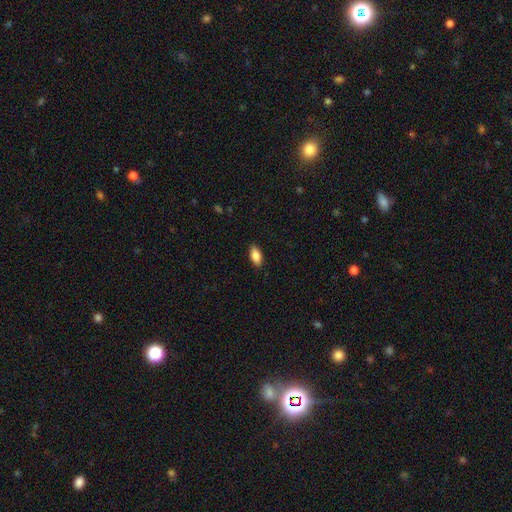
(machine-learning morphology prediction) This appears to be a smooth galaxy with no disk features (86%) that is in between round and cigar-shaped (89%). Merging: none (88%).